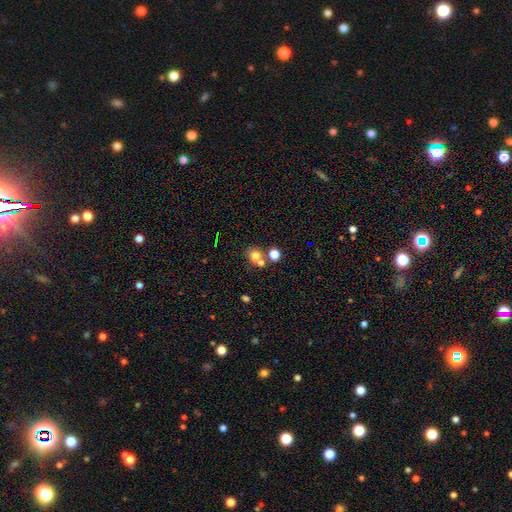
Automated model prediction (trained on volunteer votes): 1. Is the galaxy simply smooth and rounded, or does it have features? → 69% smooth, 18% star or artifact, 13% featured or disk.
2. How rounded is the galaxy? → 78% round, 21% in between, 1% cigar-shaped.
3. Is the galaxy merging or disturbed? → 56% none, 32% merger, 9% minor disturbance, 4% major disturbance.